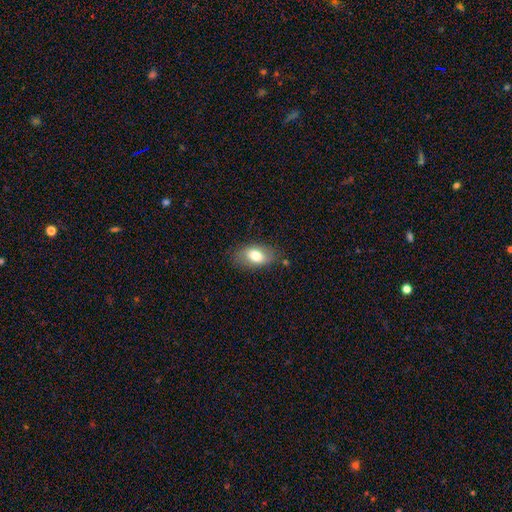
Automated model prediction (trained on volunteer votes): A smooth galaxy with no disk features (73%) that is in between round and cigar-shaped (90%). Merging: none (77%).